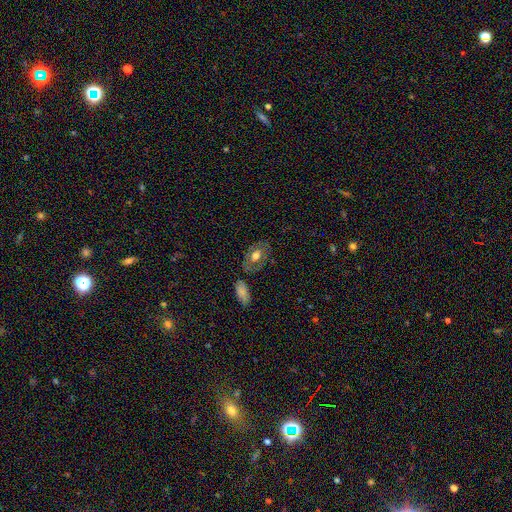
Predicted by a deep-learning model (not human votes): Smooth or featured: smooth — 54% (featured or disk — 38%)
How rounded: in between — 86% (round — 12%)
Merging: none — 73% (minor disturbance — 16%)